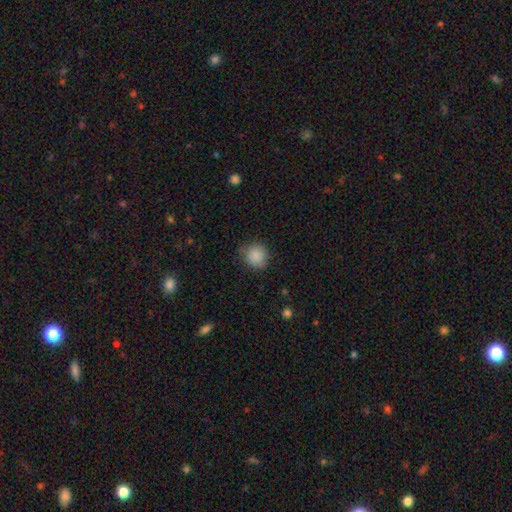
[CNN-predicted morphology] This appears to be a smooth galaxy with no disk features (88%) that is round (91%). Merging: none (79%).